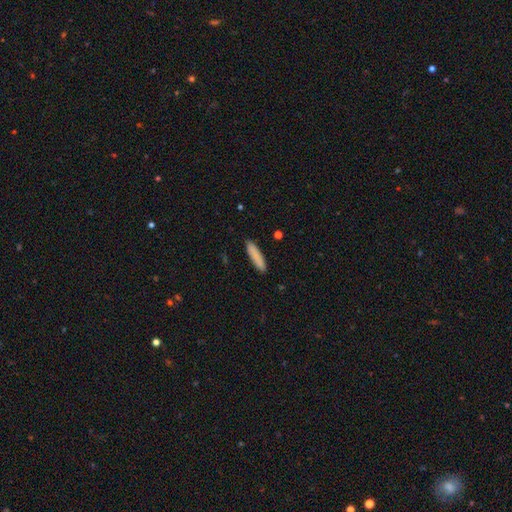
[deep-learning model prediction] Smooth or featured? Predicted: smooth (p=0.86). How rounded? Predicted: cigar-shaped (p=0.81). Merging? Predicted: none (p=0.89).